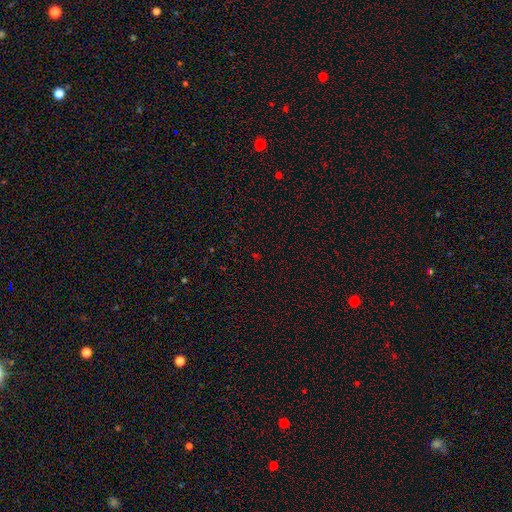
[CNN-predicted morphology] Smooth or featured? star or artifact (66%)